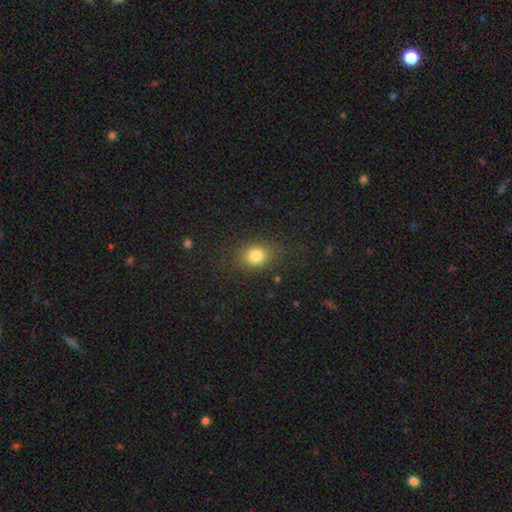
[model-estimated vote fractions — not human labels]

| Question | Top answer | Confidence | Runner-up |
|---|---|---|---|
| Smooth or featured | smooth | 81% | star or artifact (12%) |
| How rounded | round | 52% | in between (47%) |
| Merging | none | 81% | minor disturbance (12%) |